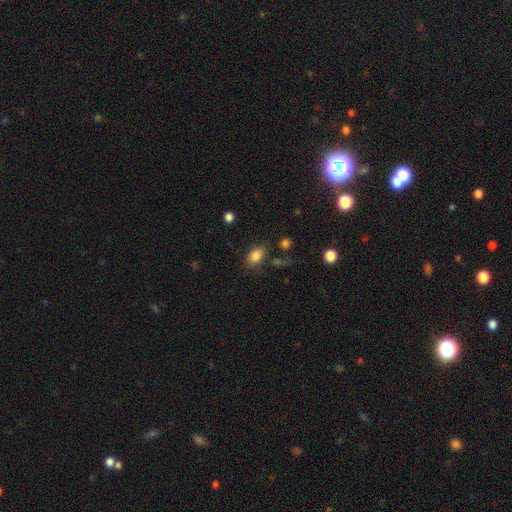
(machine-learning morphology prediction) The model was most divided on "merging": none: 72%, minor disturbance: 17%, major disturbance: 6%, merger: 5%. More confident: smooth or featured — smooth (84%); how rounded — in between (81%).